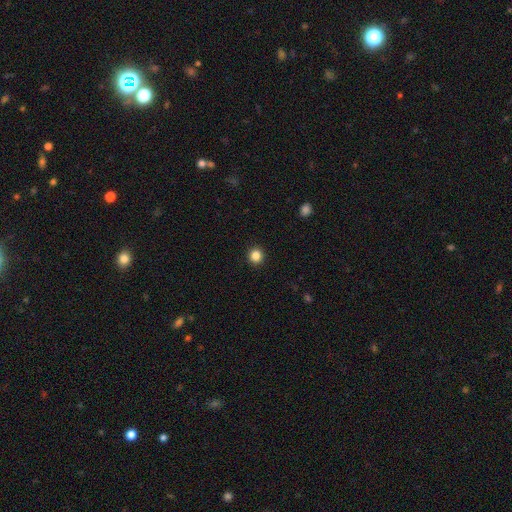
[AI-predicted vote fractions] Smooth or featured? Predicted: smooth (p=0.85). How rounded? Predicted: round (p=0.94). Merging? Predicted: none (p=0.93).